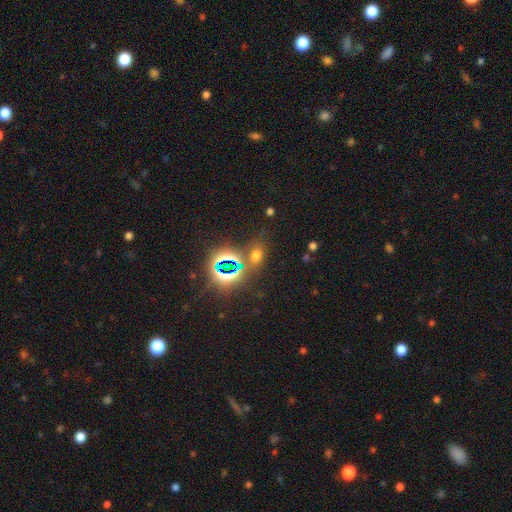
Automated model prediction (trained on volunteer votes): Q: Smooth or featured?
A: smooth (49%); runner-up: star or artifact (43%)
Q: Merging?
A: none (70%); runner-up: merger (12%)